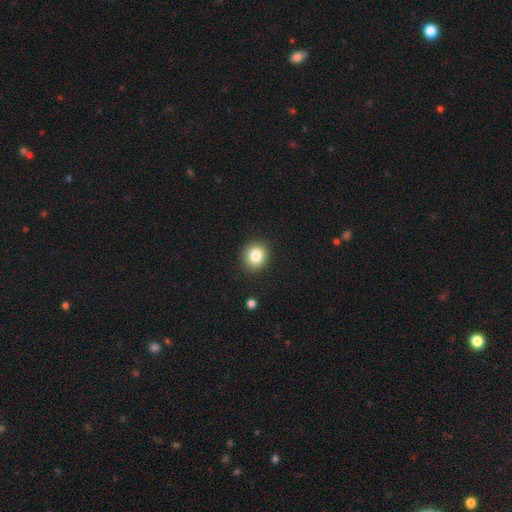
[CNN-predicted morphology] smooth_or_featured: smooth (p=0.83) [alt: star or artifact p=0.11]
how_rounded: round (p=0.79) [alt: in between p=0.21]
merging: none (p=0.90) [alt: minor disturbance p=0.07]